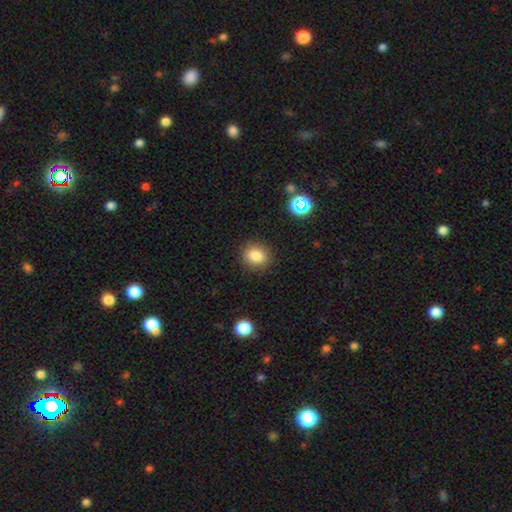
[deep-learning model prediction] Smooth or featured? Predicted: smooth (p=0.84). How rounded? Predicted: round (p=0.68). Merging? Predicted: none (p=0.89).